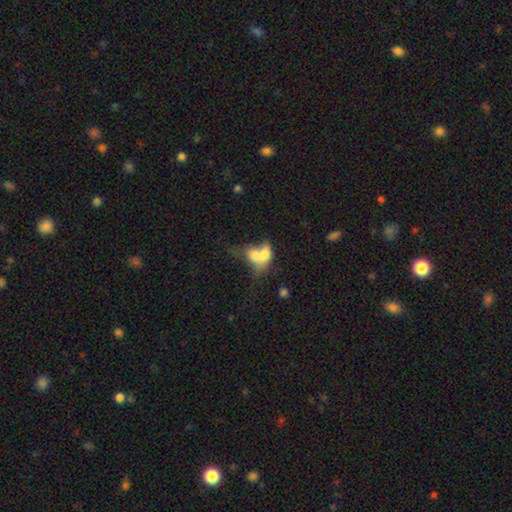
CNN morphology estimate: A smooth galaxy with no disk features (65%) that is in between round and cigar-shaped (69%).

Vote fractions:
- Smooth or featured? smooth: 65% / featured or disk: 26% / star or artifact: 9%
- How rounded? in between: 69% / round: 28% / cigar-shaped: 3%
- Merging? merger: 77% / none: 10% / major disturbance: 7% / minor disturbance: 6%